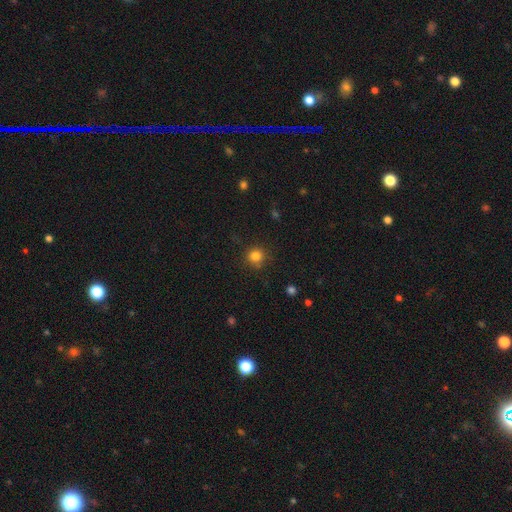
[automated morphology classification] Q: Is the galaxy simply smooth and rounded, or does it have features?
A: smooth — 82%.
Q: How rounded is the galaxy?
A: round — 92%.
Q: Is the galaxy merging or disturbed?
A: none — 83%.